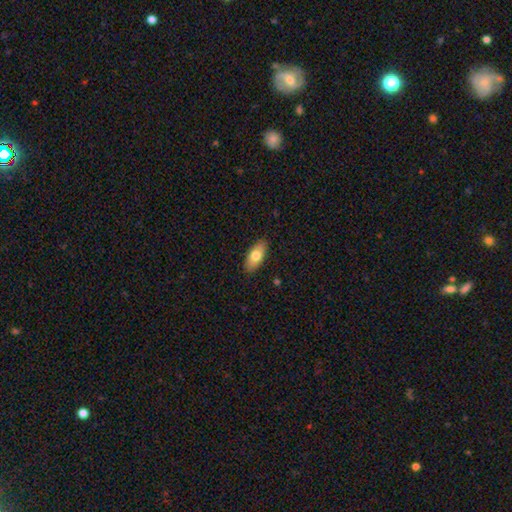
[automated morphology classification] Smooth or featured: smooth — 75% (featured or disk — 19%)
How rounded: in between — 86% (cigar-shaped — 11%)
Merging: none — 88% (minor disturbance — 9%)